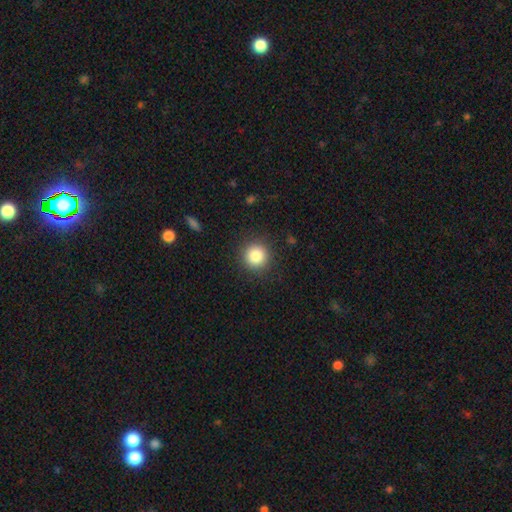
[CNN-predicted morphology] This appears to be a smooth galaxy with no disk features (85%) that is round (95%). Merging: none (91%).